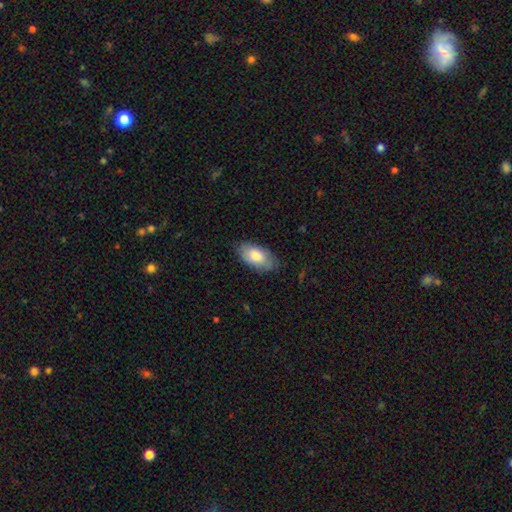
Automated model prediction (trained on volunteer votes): Smooth or featured? smooth (77%)
How rounded? in between (94%)
Merging? none (75%)